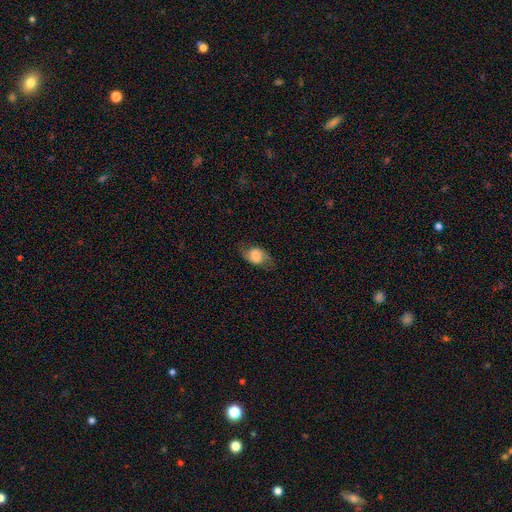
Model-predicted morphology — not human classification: A smooth galaxy with no disk features (53%) that is in between round and cigar-shaped (75%). Merging: none (70%).